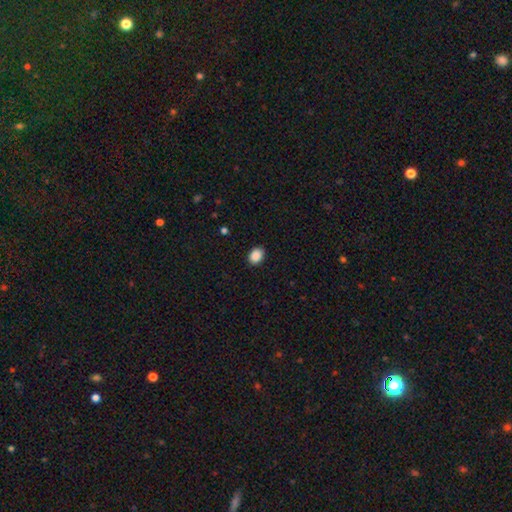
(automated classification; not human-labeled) The model was most divided on "how rounded": in between: 65%, round: 34%, cigar-shaped: 1%. More confident: merging — none (90%); smooth or featured — smooth (90%).